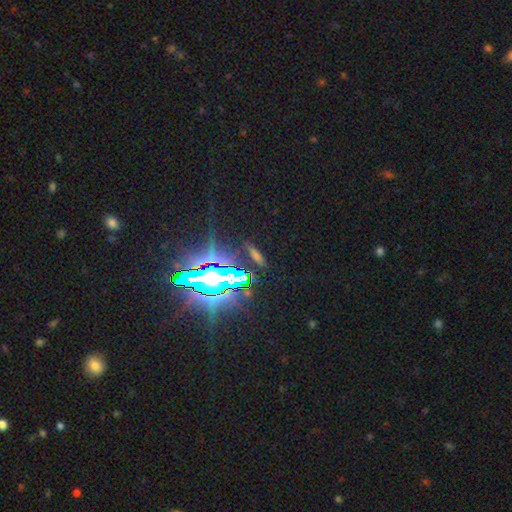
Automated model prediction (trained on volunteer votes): Morphology: type=star or artifact (60%).